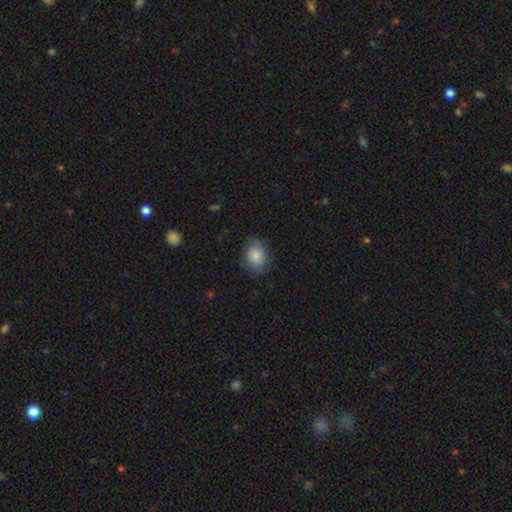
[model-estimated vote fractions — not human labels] Smooth or featured: smooth — 84% (featured or disk — 9%)
How rounded: in between — 58% (round — 41%)
Merging: none — 76% (minor disturbance — 18%)